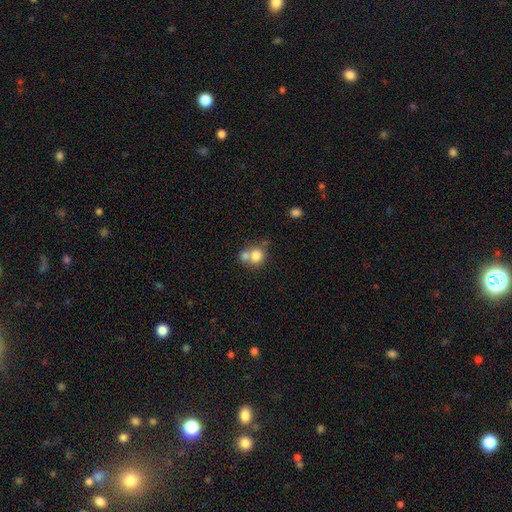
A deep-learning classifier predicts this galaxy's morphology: Overall: smooth (77%). How rounded: round (73%). Merging: merger (53%; none 35%).